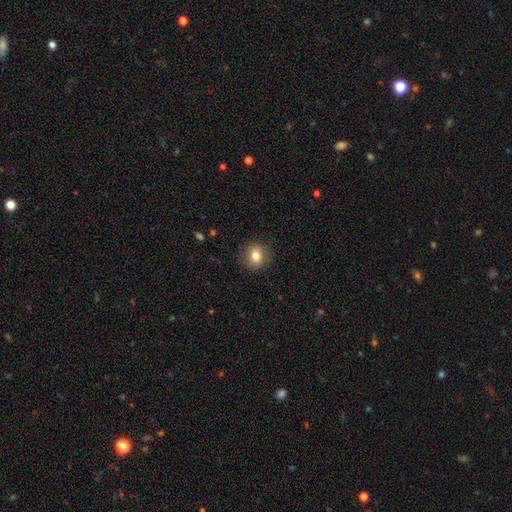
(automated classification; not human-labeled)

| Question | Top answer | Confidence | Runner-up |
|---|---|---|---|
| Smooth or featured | smooth | 79% | featured or disk (10%) |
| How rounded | round | 78% | in between (21%) |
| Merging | none | 88% | minor disturbance (8%) |